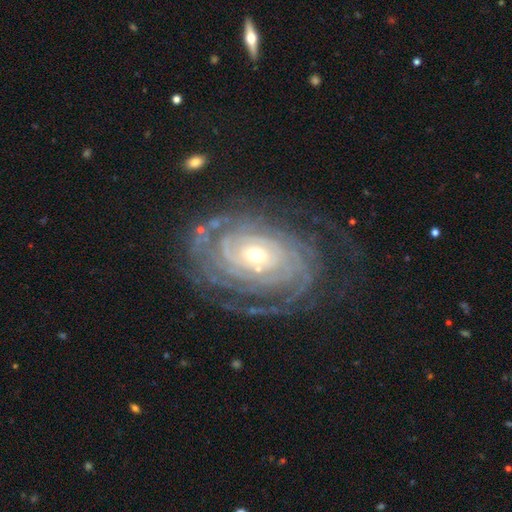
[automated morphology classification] The model was most divided on "spiral arm count": can't tell: 30%, more than 4: 19%, 4: 17%, 3: 14%, 2: 13%, 1: 7%. More confident: spiral arms — yes (97%); edge-on disk — no (96%); smooth or featured — featured or disk (90%); spiral winding — tight (82%); merging — none (73%); bar — no (63%); bulge size — moderate (54%).